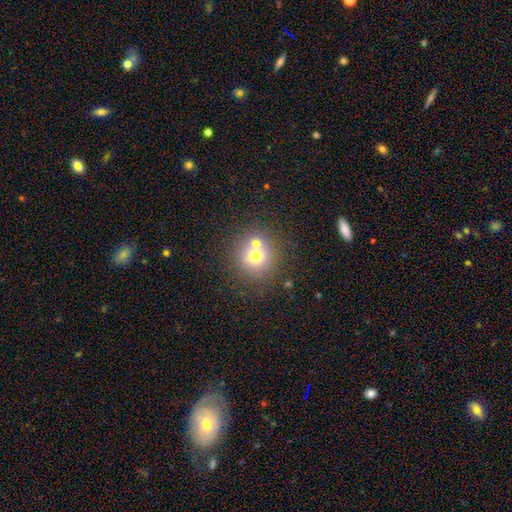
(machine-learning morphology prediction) The model was most divided on "merging": none: 55%, merger: 34%, minor disturbance: 8%, major disturbance: 3%. More confident: how rounded — round (91%); smooth or featured — smooth (68%).